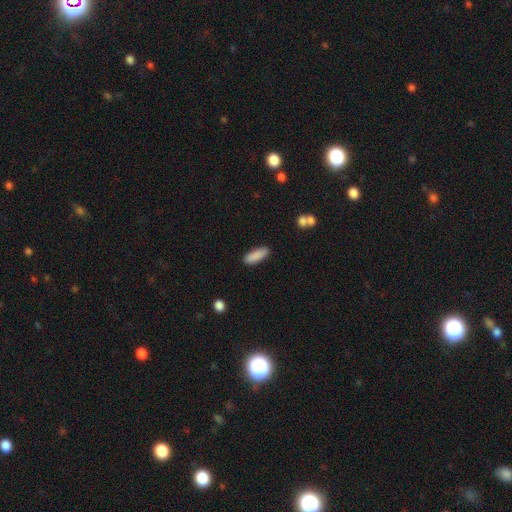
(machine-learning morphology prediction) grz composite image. It shows a smooth galaxy with no disk features (88%) that is in between round and cigar-shaped (60%). Merging: none (87%).